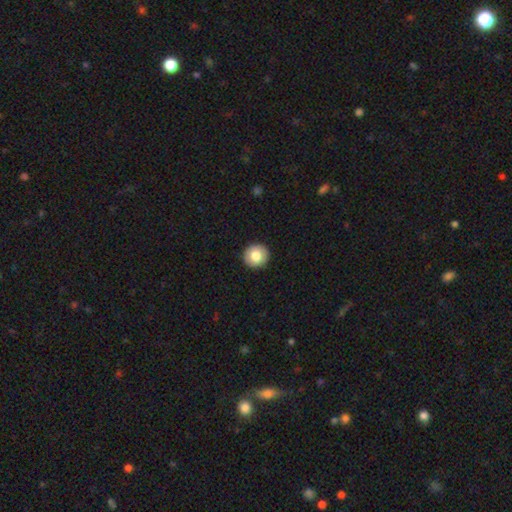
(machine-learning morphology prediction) Q: Smooth or featured?
A: smooth (81%); runner-up: featured or disk (11%)
Q: How rounded?
A: round (94%); runner-up: in between (5%)
Q: Merging?
A: none (93%); runner-up: minor disturbance (5%)